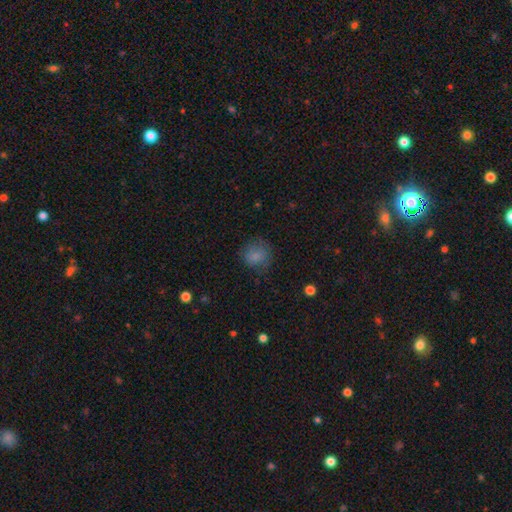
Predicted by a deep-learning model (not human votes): This appears to be a smooth galaxy with no disk features (80%) that is round (79%). Merging: none (70%).